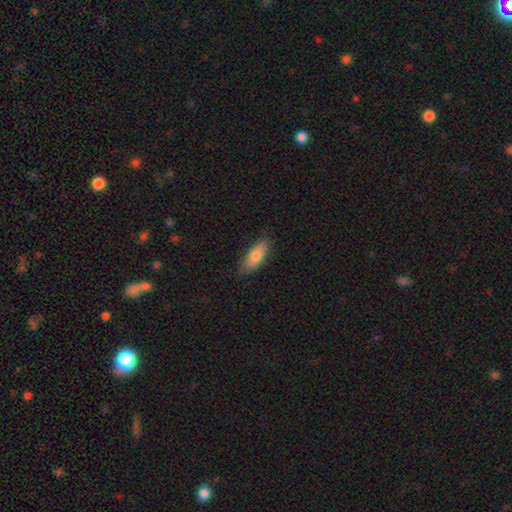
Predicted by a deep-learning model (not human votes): The model was most divided on "how rounded": in between: 71%, cigar-shaped: 27%, round: 2%. More confident: smooth or featured — smooth (80%); merging — none (78%).